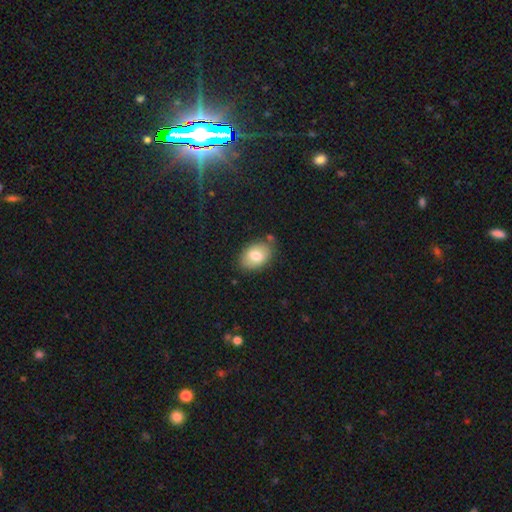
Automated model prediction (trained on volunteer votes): smooth-or-featured: smooth: 77% | featured or disk: 15% | star or artifact: 8%
  how-rounded: in between: 86% | round: 12% | cigar-shaped: 1%
  merging: none: 76% | minor disturbance: 16% | merger: 4% | major disturbance: 3%